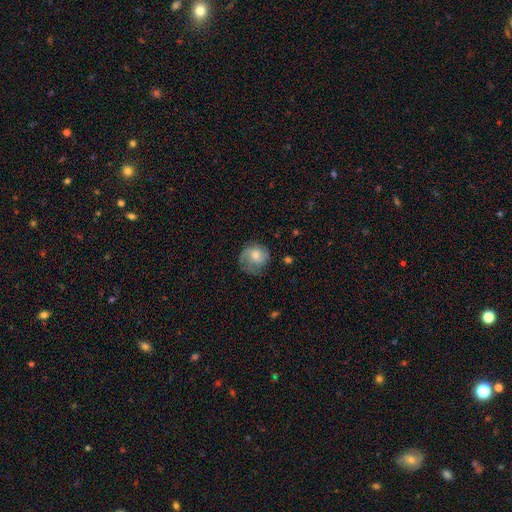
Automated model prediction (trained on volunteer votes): This appears to be a smooth galaxy with no disk features (52%) that is round (79%). Merging: none (59%).